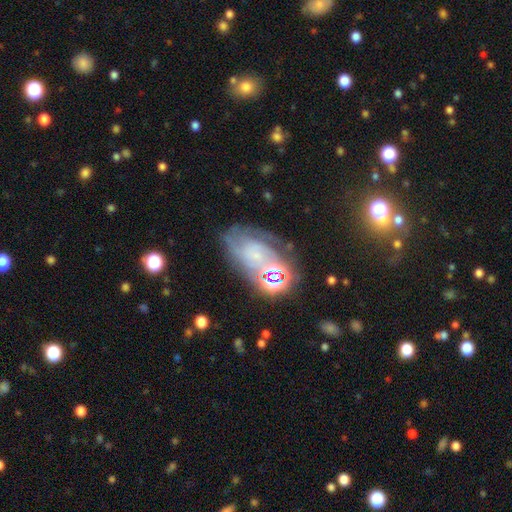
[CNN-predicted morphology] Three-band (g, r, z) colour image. It shows a featured or disk galaxy (62%) with no bar (74%), spiral arms (83%) and a small central bulge (61%). Merging: none (55%).